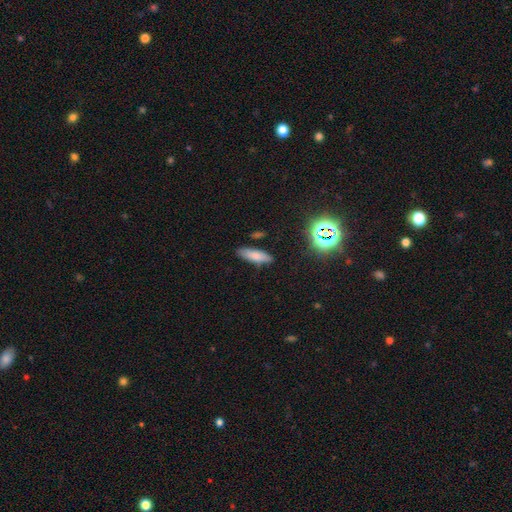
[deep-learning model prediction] A smooth galaxy with no disk features (77%) that is in between round and cigar-shaped (51%). Merging: none (84%).